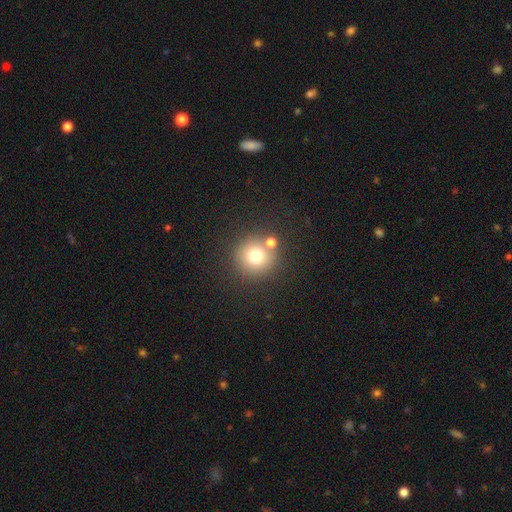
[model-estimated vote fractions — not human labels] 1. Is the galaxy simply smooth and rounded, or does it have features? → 75% smooth, 15% star or artifact, 11% featured or disk.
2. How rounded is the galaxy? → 93% round, 6% in between, 1% cigar-shaped.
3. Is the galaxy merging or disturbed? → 74% none, 14% merger, 8% minor disturbance, 3% major disturbance.